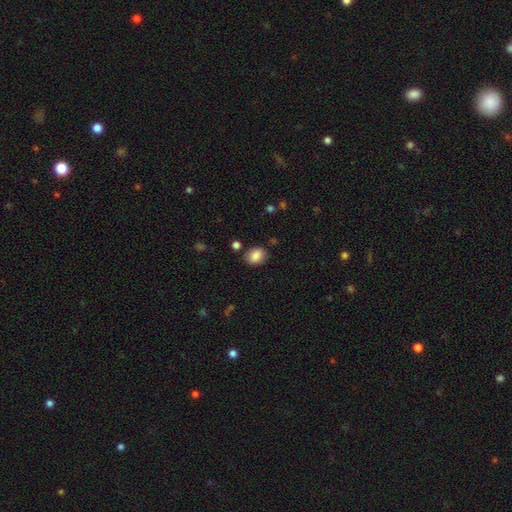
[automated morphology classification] The model was most divided on "how rounded": in between: 67%, round: 32%, cigar-shaped: 1%. More confident: smooth or featured — smooth (86%); merging — none (80%).